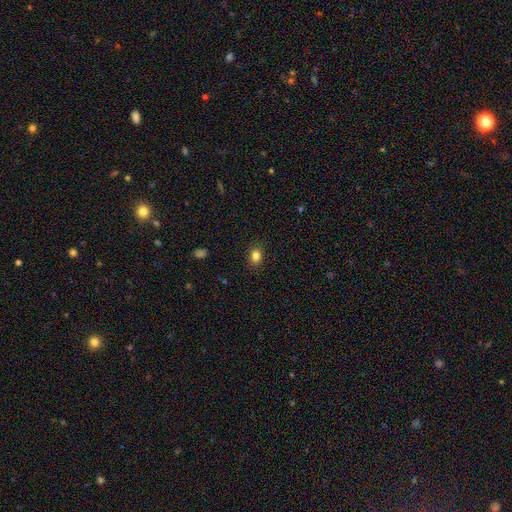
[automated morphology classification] This appears to be a smooth galaxy with no disk features (83%) that is in between round and cigar-shaped (56%). Merging: none (87%).